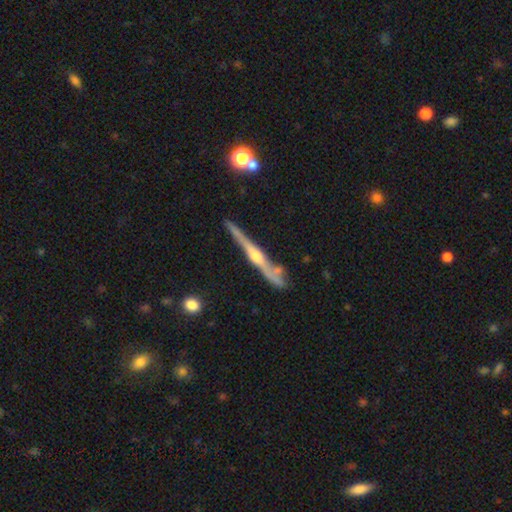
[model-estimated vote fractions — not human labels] Morphology: type=featured or disk (80%); edge-on=yes (97%); edge-on bulge=rounded (82%); merging=none (75%).